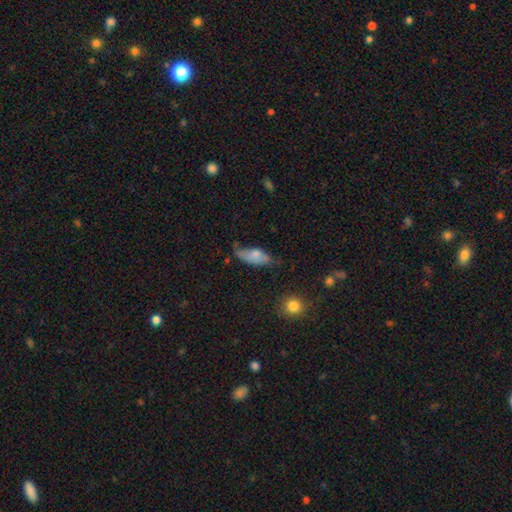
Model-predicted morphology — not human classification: Smooth or featured? Predicted: smooth (p=0.70). How rounded? Predicted: in between (p=0.78). Merging? Predicted: minor disturbance (p=0.39).